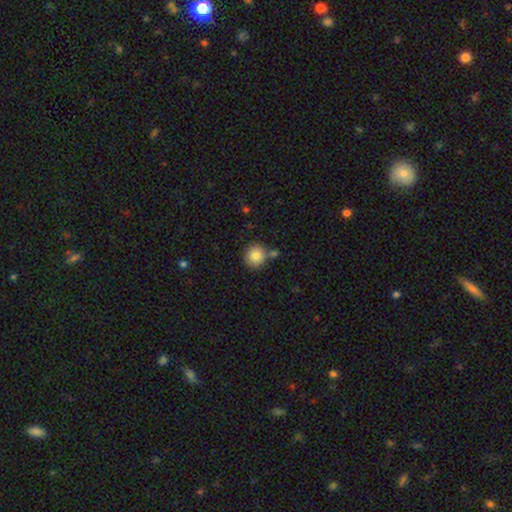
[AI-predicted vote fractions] Smooth or featured?
  - smooth: 83% *
  - star or artifact: 9%
  - featured or disk: 8%
How rounded?
  - round: 91% *
  - in between: 8%
  - cigar-shaped: 1%
Merging?
  - none: 76% *
  - merger: 12%
  - minor disturbance: 9%
  - major disturbance: 2%